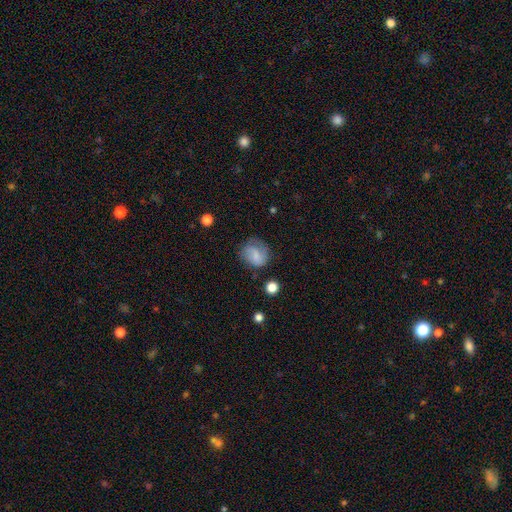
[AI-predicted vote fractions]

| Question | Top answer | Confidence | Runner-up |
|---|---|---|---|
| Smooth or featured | smooth | 61% | featured or disk (30%) |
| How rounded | round | 67% | in between (32%) |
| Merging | none | 57% | minor disturbance (26%) |